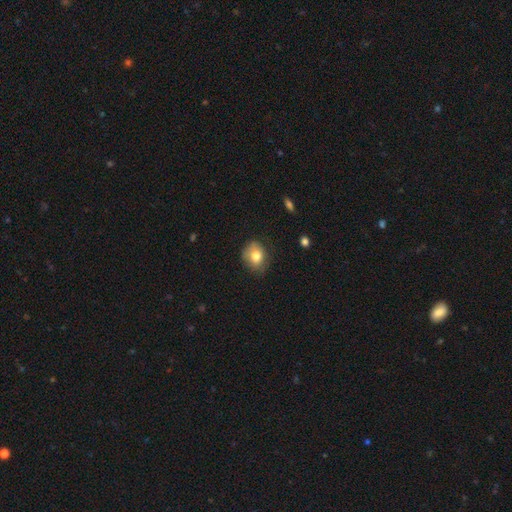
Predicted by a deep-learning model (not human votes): This appears to be a smooth galaxy with no disk features (78%) that is round (55%). Merging: none (71%).